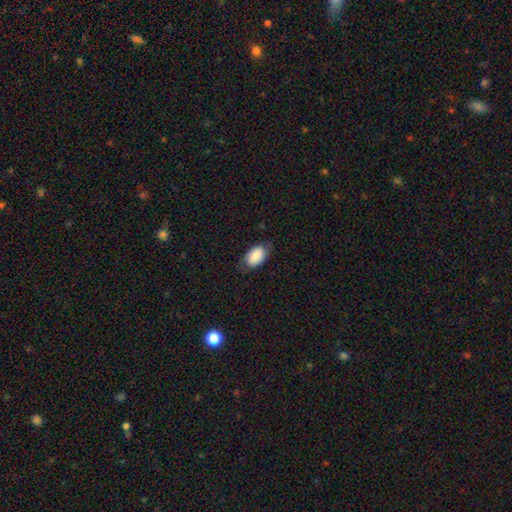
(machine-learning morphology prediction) smooth-or-featured: smooth: 82% | featured or disk: 11% | star or artifact: 7%
  how-rounded: in between: 92% | round: 7% | cigar-shaped: 1%
  merging: none: 70% | minor disturbance: 22% | major disturbance: 6% | merger: 1%